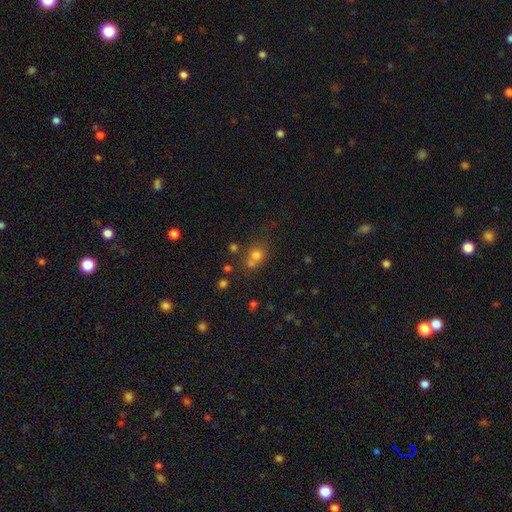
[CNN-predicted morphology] smooth_or_featured: smooth (p=0.67) [alt: star or artifact p=0.21]
how_rounded: round (p=0.73) [alt: in between p=0.26]
merging: none (p=0.48) [alt: merger p=0.34]